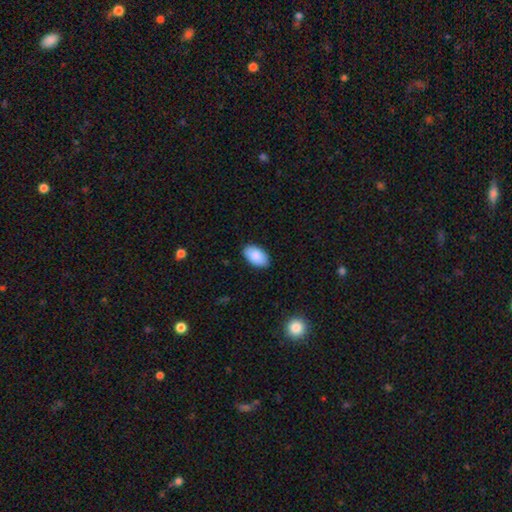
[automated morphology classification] Q: Smooth or featured?
A: smooth (88%); runner-up: star or artifact (6%)
Q: How rounded?
A: in between (95%); runner-up: round (4%)
Q: Merging?
A: none (88%); runner-up: minor disturbance (9%)